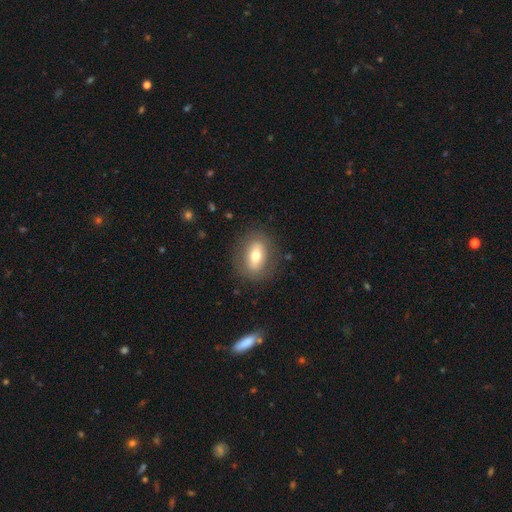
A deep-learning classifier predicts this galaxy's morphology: Smooth or featured: smooth — 63% (featured or disk — 30%)
How rounded: in between — 74% (round — 21%)
Merging: none — 83% (minor disturbance — 11%)